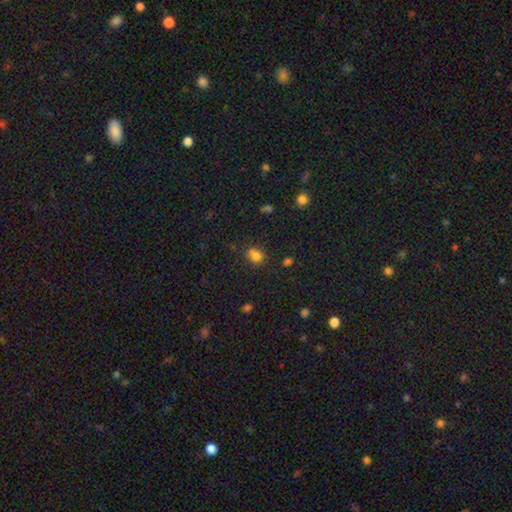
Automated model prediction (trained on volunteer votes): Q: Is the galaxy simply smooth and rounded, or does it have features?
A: smooth — 75%.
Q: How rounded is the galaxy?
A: round — 60%.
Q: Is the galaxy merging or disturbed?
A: none — 57%.